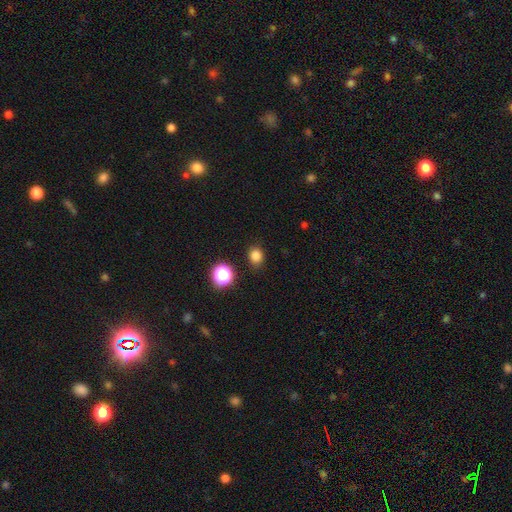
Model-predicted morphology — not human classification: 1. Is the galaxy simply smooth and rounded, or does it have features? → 81% smooth, 15% star or artifact, 4% featured or disk.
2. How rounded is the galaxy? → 64% round, 35% in between, 1% cigar-shaped.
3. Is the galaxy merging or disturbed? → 87% none, 9% minor disturbance, 3% major disturbance, 2% merger.